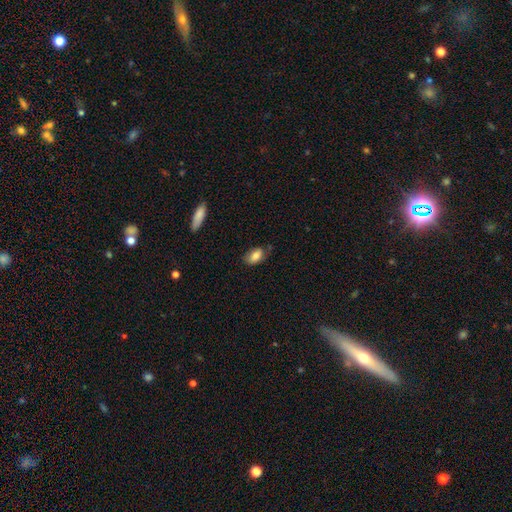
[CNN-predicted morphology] Smooth or featured? Predicted: smooth (p=0.82). How rounded? Predicted: in between (p=0.91). Merging? Predicted: none (p=0.68).